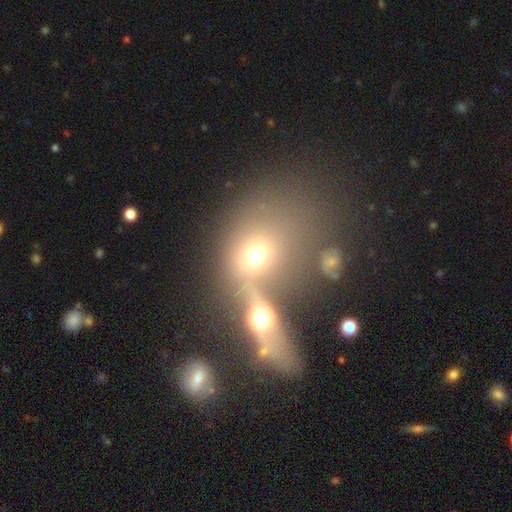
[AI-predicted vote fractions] Morphology: type=smooth (60%); roundness=round (58%); merging=merger (62%).